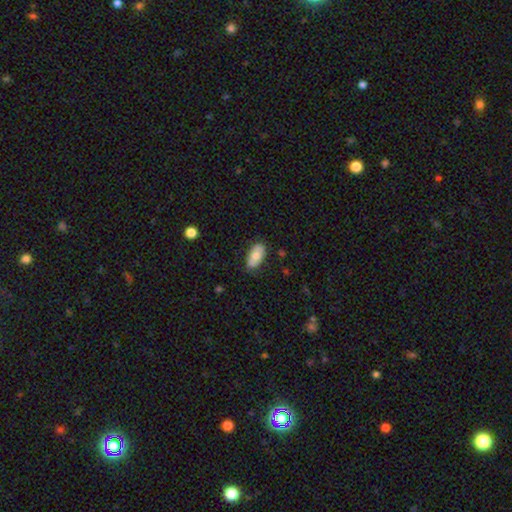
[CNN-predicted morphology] smooth-or-featured: smooth: 76% | featured or disk: 18% | star or artifact: 6%
  how-rounded: in between: 93% | cigar-shaped: 5% | round: 3%
  merging: none: 78% | minor disturbance: 17% | major disturbance: 3% | merger: 1%